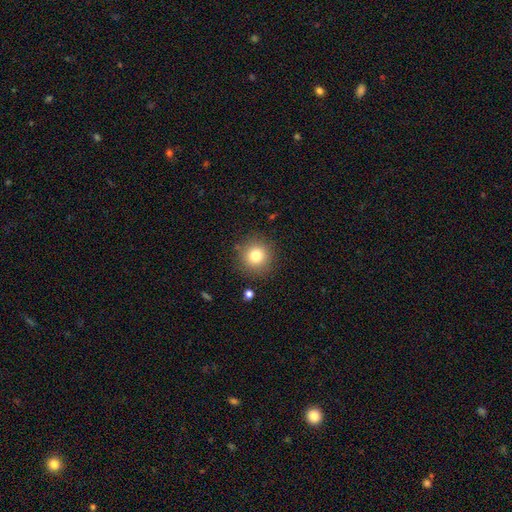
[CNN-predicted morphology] smooth 79%, star or artifact 12%, featured or disk 9%. Down the decision tree: how rounded — round (94%); merging — none (87%).